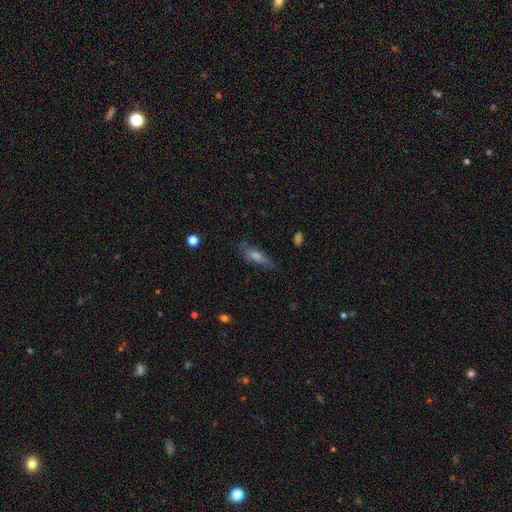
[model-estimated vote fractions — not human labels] Q: Smooth or featured?
A: smooth (49%); runner-up: featured or disk (38%)
Q: Merging?
A: none (70%); runner-up: minor disturbance (21%)